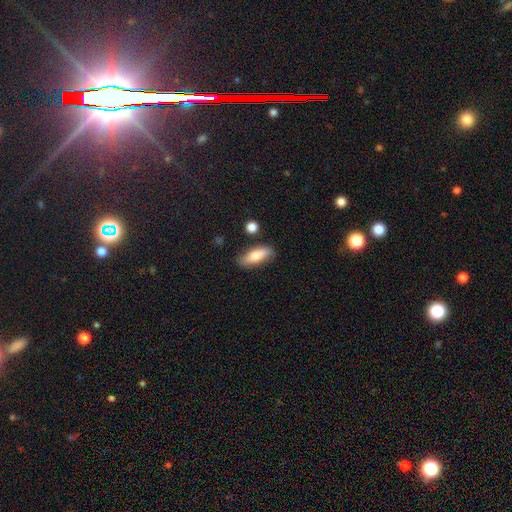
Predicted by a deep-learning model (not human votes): smooth_or_featured: smooth (p=0.75) [alt: featured or disk p=0.19]
how_rounded: in between (p=0.68) [alt: cigar-shaped p=0.29]
merging: none (p=0.80) [alt: minor disturbance p=0.13]